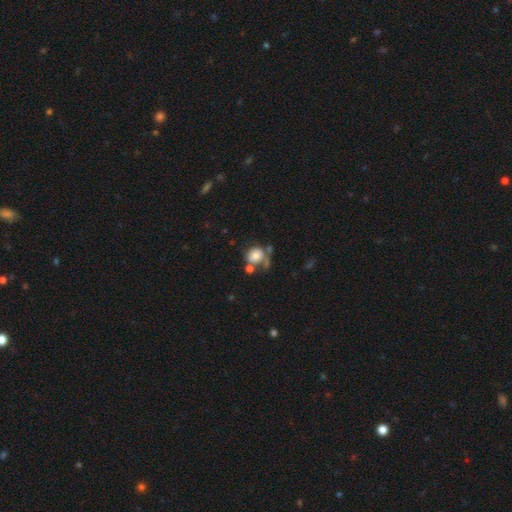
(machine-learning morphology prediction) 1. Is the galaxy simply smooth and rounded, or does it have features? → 70% smooth, 21% featured or disk, 9% star or artifact.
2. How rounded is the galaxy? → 71% round, 28% in between, 1% cigar-shaped.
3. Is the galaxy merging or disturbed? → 39% none, 27% merger, 18% minor disturbance, 16% major disturbance.